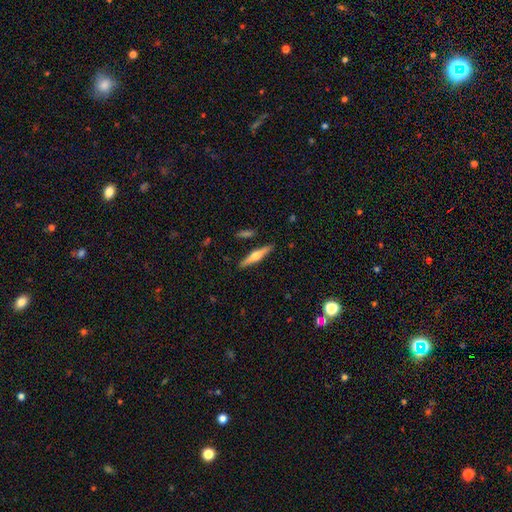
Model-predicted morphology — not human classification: Smooth or featured? featured or disk (61%)
Edge-on disk? yes (97%)
Edge-on bulge? rounded (91%)
Merging? none (89%)